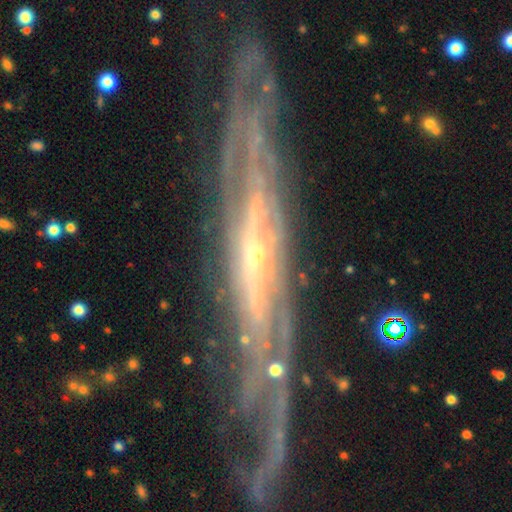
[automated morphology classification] smooth-or-featured: featured or disk: 83% | star or artifact: 8% | smooth: 8%
  disk-edge-on: yes: 61% | no: 39%
    edge-on-bulge: none: 49% | rounded: 47% | boxy: 4%
  merging: none: 76% | minor disturbance: 17% | major disturbance: 5% | merger: 2%